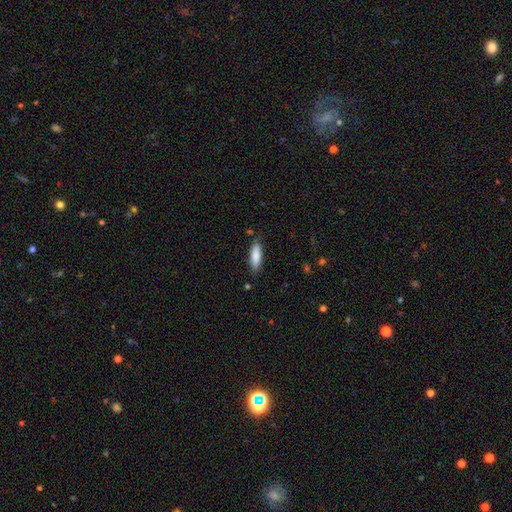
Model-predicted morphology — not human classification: Overall: smooth (85%). How rounded: in between (53%; cigar-shaped 45%). Merging: none (81%).